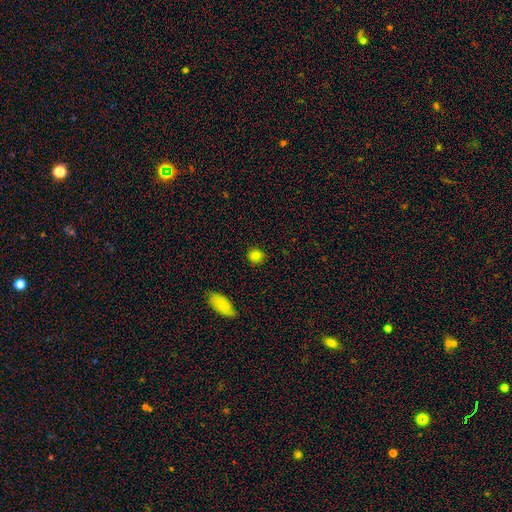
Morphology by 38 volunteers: This appears to be a smooth galaxy with no disk features (84%) that is round (88%). Merging: none (74%).